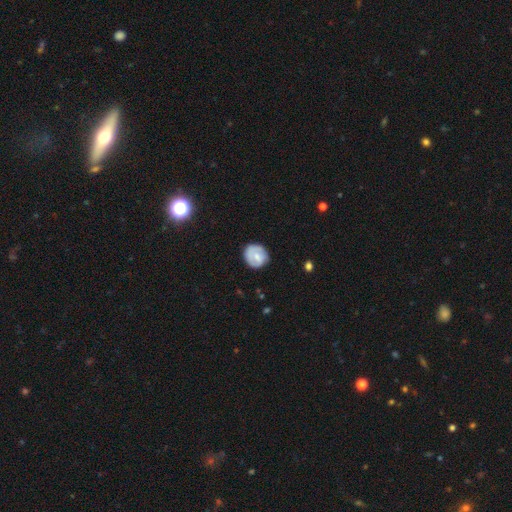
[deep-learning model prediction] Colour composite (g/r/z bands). It shows a smooth galaxy with no disk features (60%) that is round (85%). Merging: none (75%).